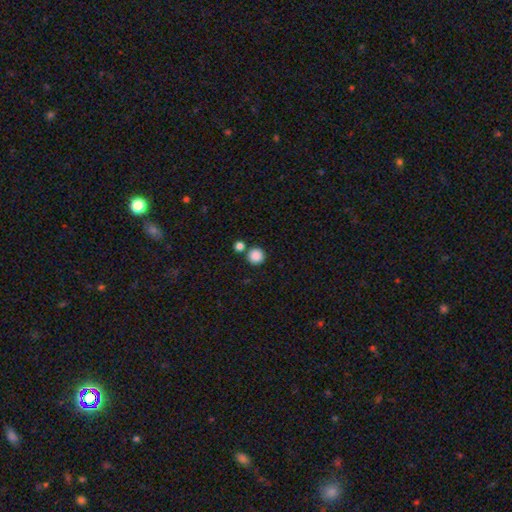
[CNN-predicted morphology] Smooth or featured? Predicted: smooth (p=0.87). How rounded? Predicted: round (p=0.95). Merging? Predicted: none (p=0.79).